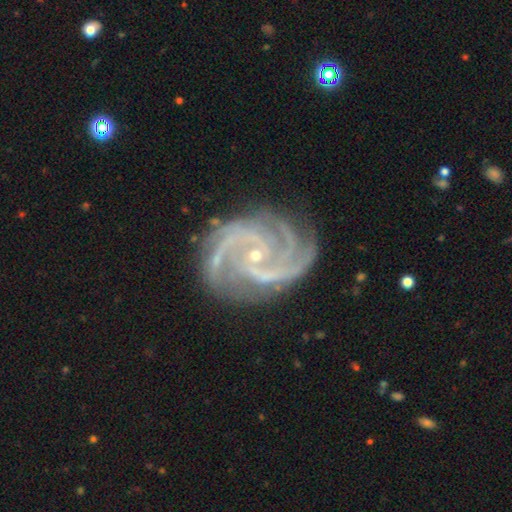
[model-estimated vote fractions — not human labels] smooth_or_featured: featured or disk (p=0.93) [alt: star or artifact p=0.05]
disk_edge_on: no (p=0.98) [alt: yes p=0.02]
bar: no (p=0.55) [alt: weak p=0.31]
has_spiral_arms: yes (p=0.99) [alt: no p=0.01]
spiral_winding: medium (p=0.47) [alt: tight p=0.46]
spiral_arm_count: 3 (p=0.33) [alt: 2 p=0.22]
bulge_size: small (p=0.84) [alt: moderate p=0.13]
merging: none (p=0.76) [alt: minor disturbance p=0.16]